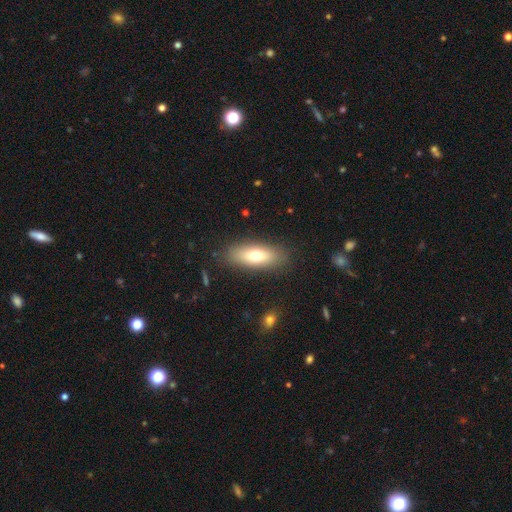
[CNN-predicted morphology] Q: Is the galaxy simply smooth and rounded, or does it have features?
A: smooth — 69%.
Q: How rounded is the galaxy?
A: in between — 70%.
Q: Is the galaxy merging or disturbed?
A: none — 86%.